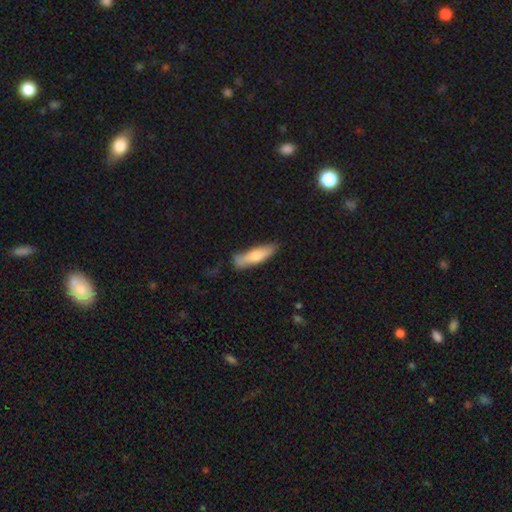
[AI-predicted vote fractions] Morphology: type=smooth (69%); roundness=cigar-shaped (66%); merging=none (65%).